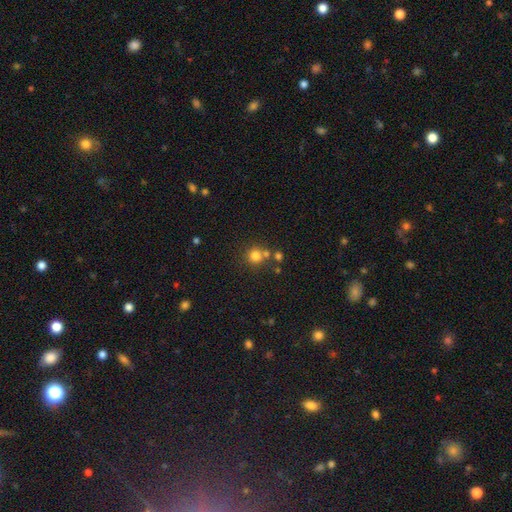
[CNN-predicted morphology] smooth 77%, star or artifact 15%, featured or disk 8%. Down the decision tree: how rounded — round (91%); merging — none (66%).